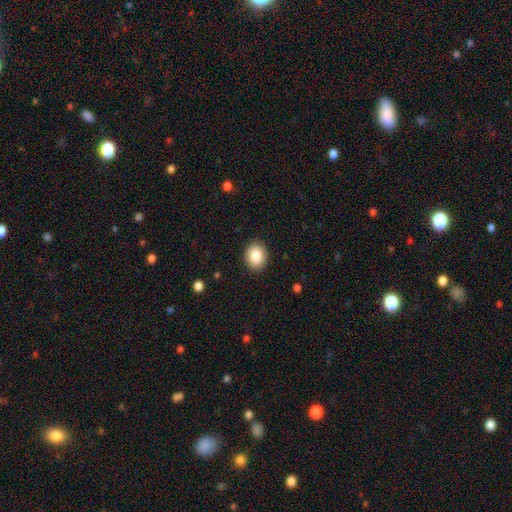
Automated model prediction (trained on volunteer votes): smooth-or-featured: smooth: 87% | star or artifact: 8% | featured or disk: 6%
  how-rounded: in between: 56% | round: 43% | cigar-shaped: 1%
  merging: none: 90% | minor disturbance: 7% | major disturbance: 2% | merger: 1%